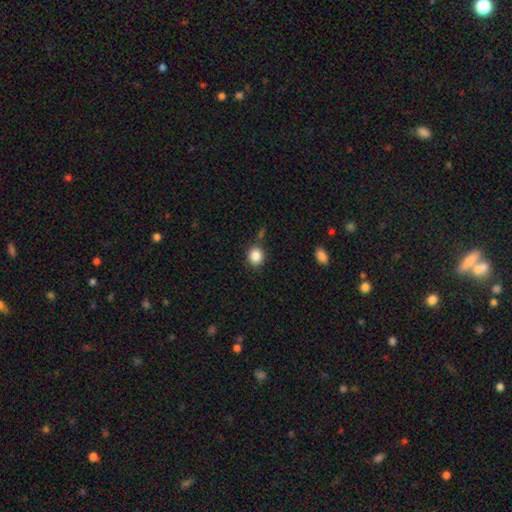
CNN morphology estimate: smooth_or_featured: smooth (p=0.86) [alt: star or artifact p=0.09]
how_rounded: round (p=0.79) [alt: in between p=0.20]
merging: none (p=0.78) [alt: minor disturbance p=0.13]